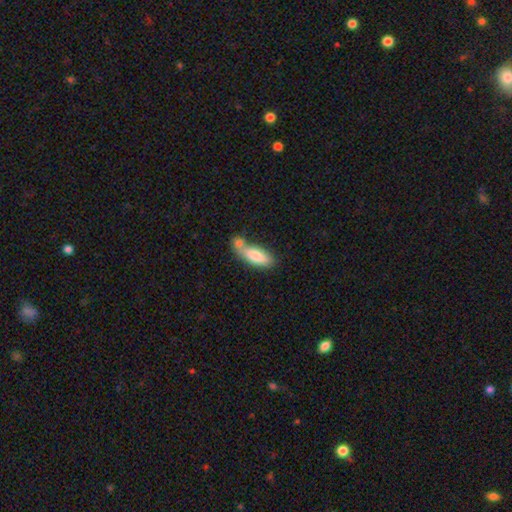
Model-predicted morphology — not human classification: type=smooth (80%); roundness=in between (70%); merging=merger (45%).